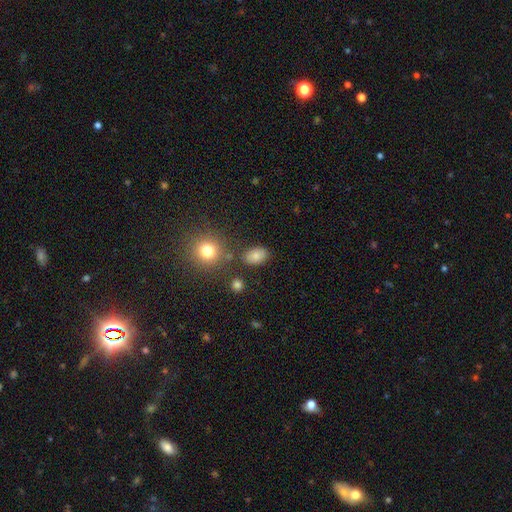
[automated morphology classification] Smooth or featured: smooth — 82% (star or artifact — 11%)
How rounded: in between — 81% (round — 17%)
Merging: none — 80% (minor disturbance — 12%)